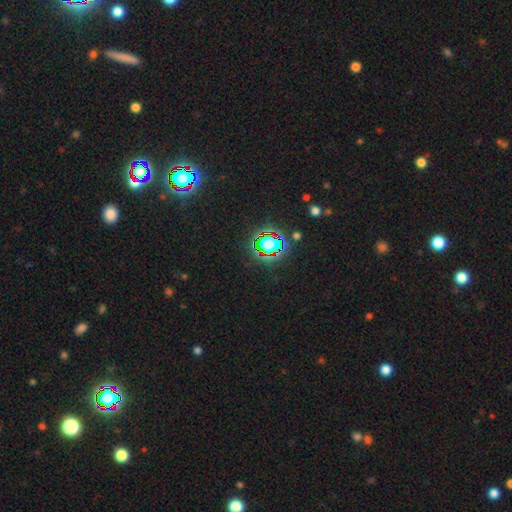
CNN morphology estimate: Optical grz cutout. It shows a star or artifact, not a galaxy (82%).